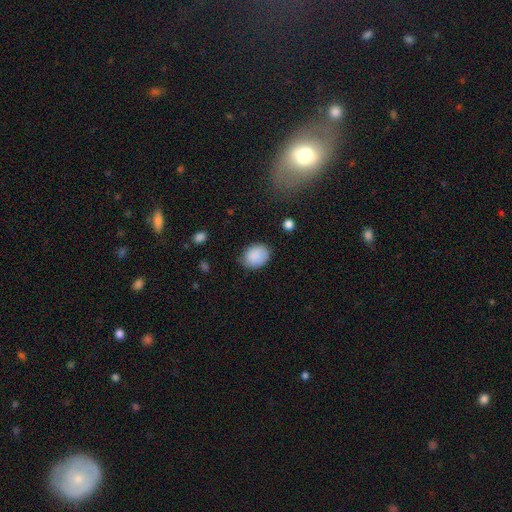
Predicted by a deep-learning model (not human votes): smooth_or_featured: smooth (p=0.88) [alt: star or artifact p=0.07]
how_rounded: in between (p=0.55) [alt: round p=0.44]
merging: none (p=0.77) [alt: minor disturbance p=0.18]